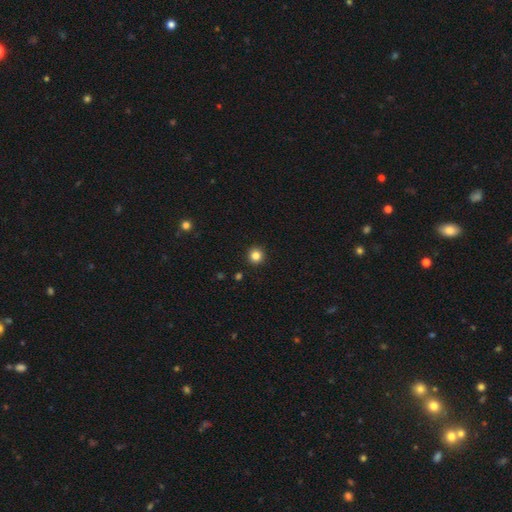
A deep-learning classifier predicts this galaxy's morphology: Smooth or featured? smooth (84%)
How rounded? round (94%)
Merging? none (93%)